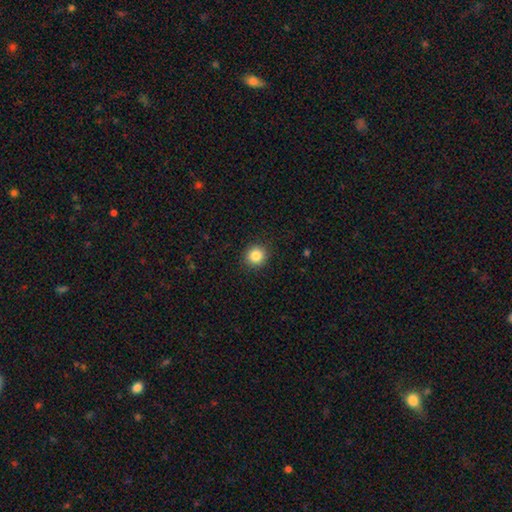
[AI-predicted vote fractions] Q: Smooth or featured?
A: smooth (85%); runner-up: star or artifact (10%)
Q: How rounded?
A: round (91%); runner-up: in between (8%)
Q: Merging?
A: none (91%); runner-up: minor disturbance (6%)